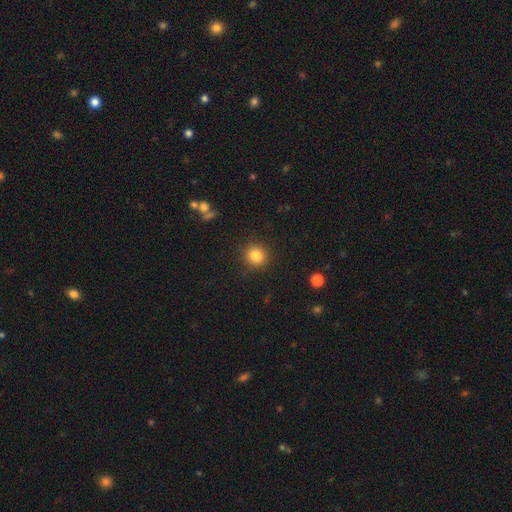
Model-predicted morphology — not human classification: A smooth galaxy with no disk features (83%) that is round (92%). Merging: none (90%).